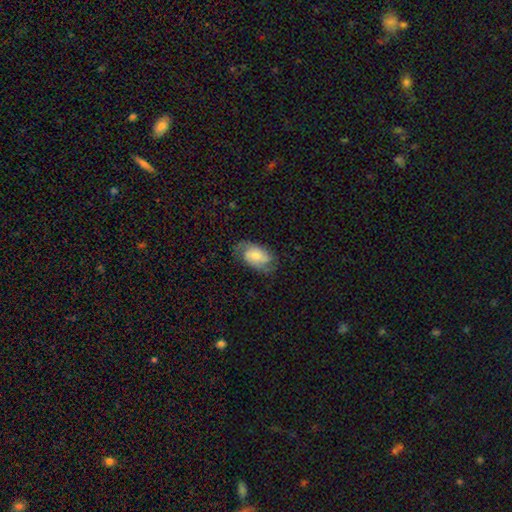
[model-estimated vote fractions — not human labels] A featured or disk galaxy (52%). Merging: none (65%).